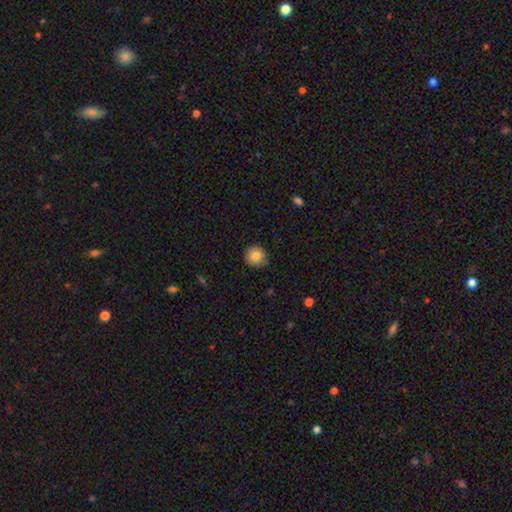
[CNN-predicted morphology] The model was most divided on "merging": none: 81%, minor disturbance: 16%, major disturbance: 3%, merger: 1%. More confident: how rounded — round (90%); smooth or featured — smooth (83%).